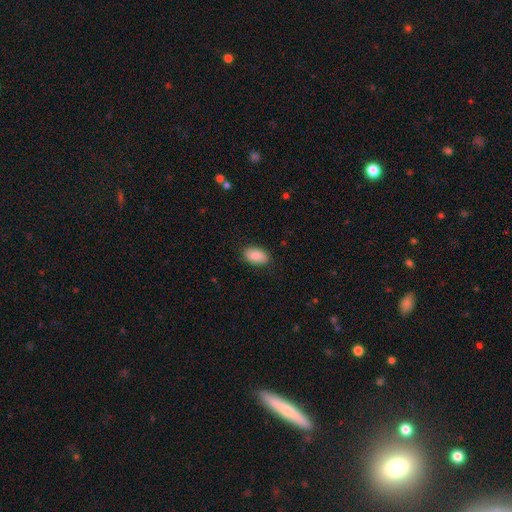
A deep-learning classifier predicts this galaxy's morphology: The model was most divided on "merging": none: 86%, minor disturbance: 10%, major disturbance: 3%, merger: 1%. More confident: how rounded — in between (93%); smooth or featured — smooth (88%).